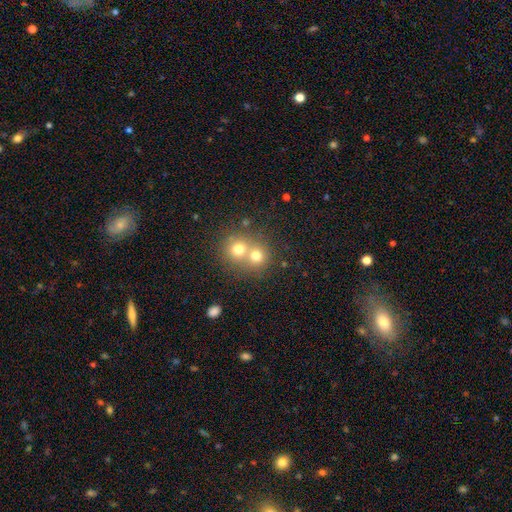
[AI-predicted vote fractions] This is likely a smooth galaxy (72%). How rounded: clearly round (83%). Merging: possibly merger (57%).